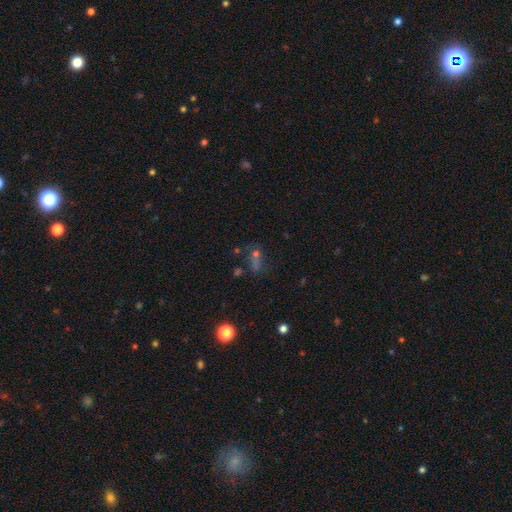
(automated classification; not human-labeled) This appears to be a star or artifact, not a galaxy (41%).